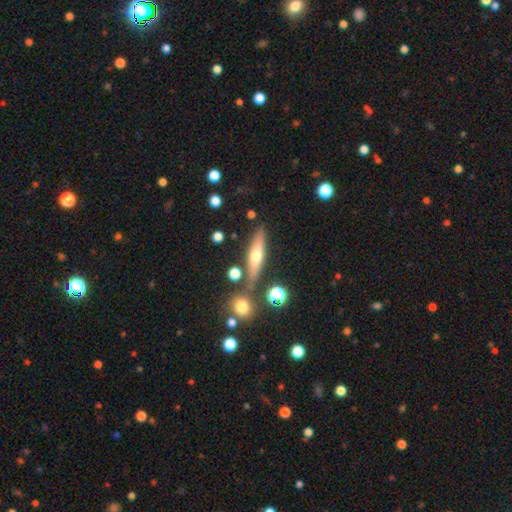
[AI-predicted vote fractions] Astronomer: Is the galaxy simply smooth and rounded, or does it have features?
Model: featured or disk — 46% (runner-up: smooth, 45%).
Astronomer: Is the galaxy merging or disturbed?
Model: none — 77%.